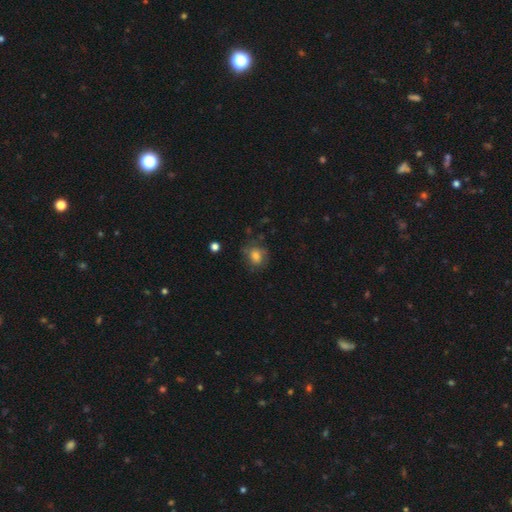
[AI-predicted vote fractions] Smooth or featured? Predicted: smooth (p=0.64). How rounded? Predicted: round (p=0.64). Merging? Predicted: none (p=0.61).